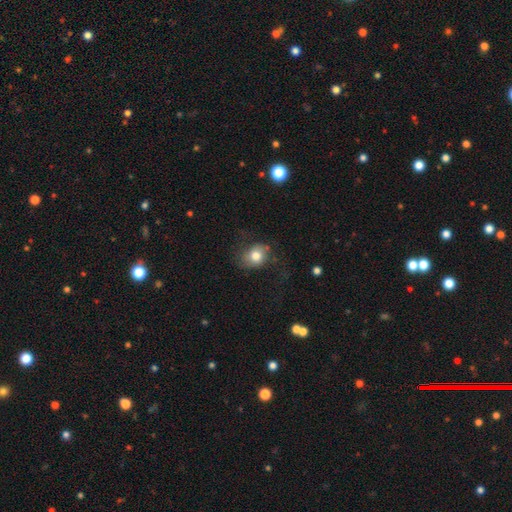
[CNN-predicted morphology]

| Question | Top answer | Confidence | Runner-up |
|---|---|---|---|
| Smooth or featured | smooth | 71% | featured or disk (20%) |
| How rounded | round | 53% | in between (46%) |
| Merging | none | 55% | minor disturbance (23%) |